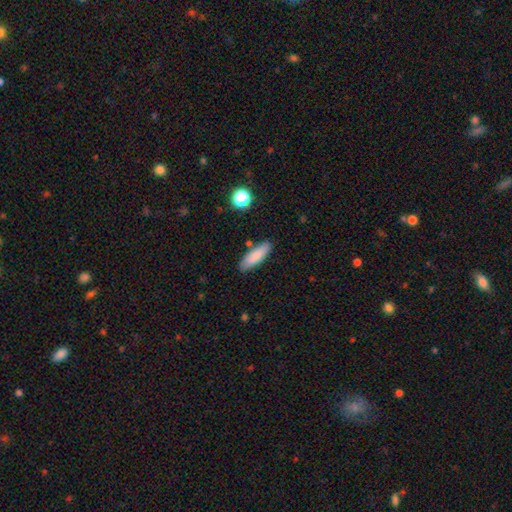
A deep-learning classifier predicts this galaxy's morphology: Smooth or featured?
  - smooth: 84% *
  - featured or disk: 9%
  - star or artifact: 7%
How rounded?
  - cigar-shaped: 50% *
  - in between: 48%
  - round: 2%
Merging?
  - none: 84% *
  - minor disturbance: 11%
  - merger: 3%
  - major disturbance: 2%